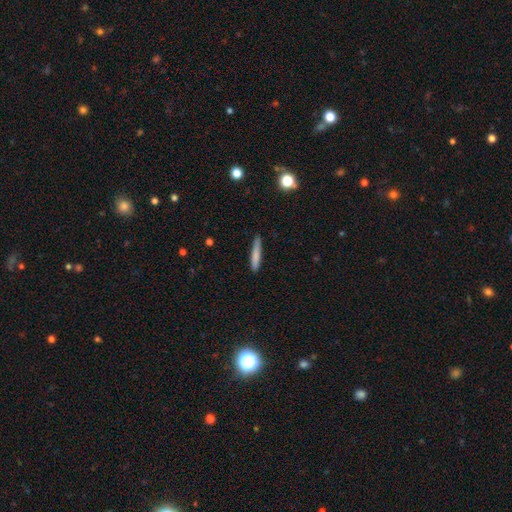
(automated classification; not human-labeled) Q: Smooth or featured?
A: smooth (78%); runner-up: featured or disk (16%)
Q: How rounded?
A: cigar-shaped (93%); runner-up: in between (5%)
Q: Merging?
A: none (86%); runner-up: minor disturbance (11%)